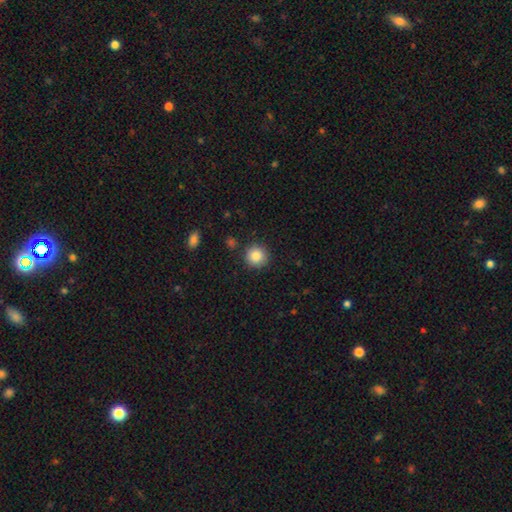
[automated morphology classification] A smooth galaxy with no disk features (85%) that is round (93%).

Vote fractions:
- Smooth or featured? smooth: 85% / star or artifact: 9% / featured or disk: 5%
- How rounded? round: 93% / in between: 6% / cigar-shaped: 1%
- Merging? none: 89% / minor disturbance: 7% / major disturbance: 2% / merger: 2%